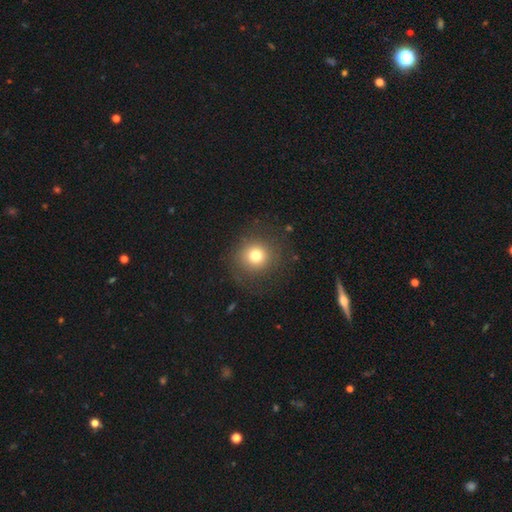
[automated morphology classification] Q: Smooth or featured?
A: smooth (76%); runner-up: star or artifact (13%)
Q: How rounded?
A: round (91%); runner-up: in between (8%)
Q: Merging?
A: none (82%); runner-up: minor disturbance (10%)